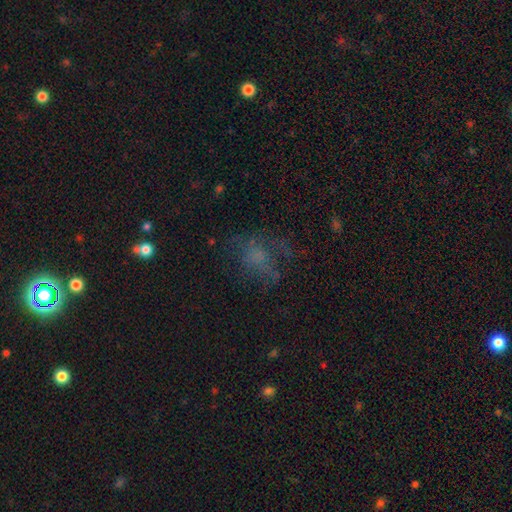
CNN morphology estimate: Q: Smooth or featured?
A: smooth (40%); runner-up: featured or disk (30%)
Q: Merging?
A: none (52%); runner-up: major disturbance (27%)